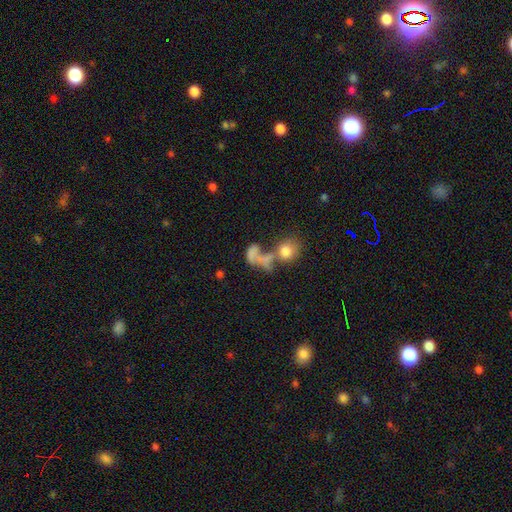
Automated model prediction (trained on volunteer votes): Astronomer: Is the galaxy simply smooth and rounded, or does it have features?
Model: smooth — 60%.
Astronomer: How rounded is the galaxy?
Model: in between — 63%.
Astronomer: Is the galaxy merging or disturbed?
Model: merger — 50%.